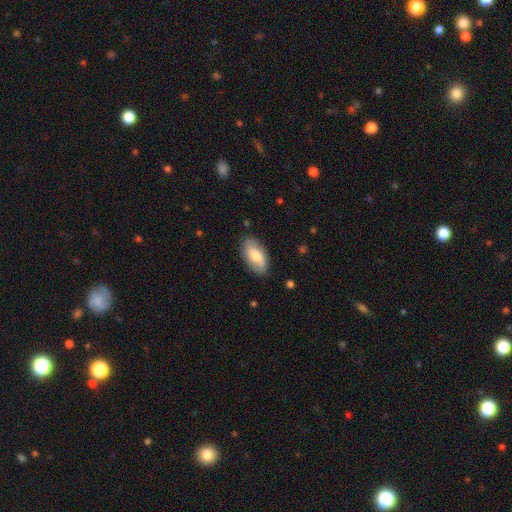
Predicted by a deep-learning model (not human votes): Morphology: type=smooth (62%); roundness=in between (93%); merging=none (83%).